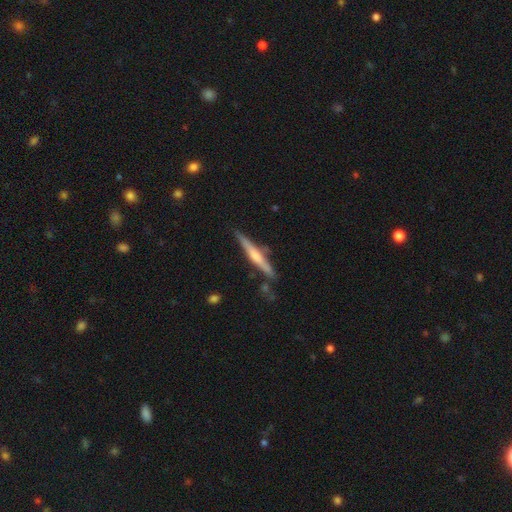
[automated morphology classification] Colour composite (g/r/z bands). It shows a featured or disk galaxy (63%) viewed edge-on (97%) with a rounded central bulge (68%). Merging: none (81%).